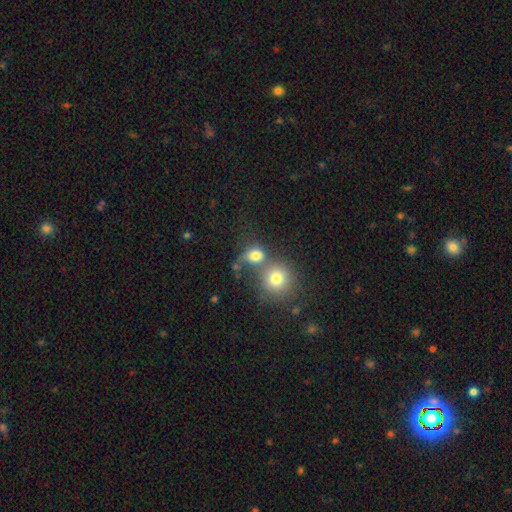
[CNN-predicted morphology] Smooth or featured?
  - smooth: 76% *
  - star or artifact: 12%
  - featured or disk: 12%
How rounded?
  - round: 69% *
  - in between: 29%
  - cigar-shaped: 2%
Merging?
  - merger: 47% *
  - none: 33%
  - minor disturbance: 10%
  - major disturbance: 9%